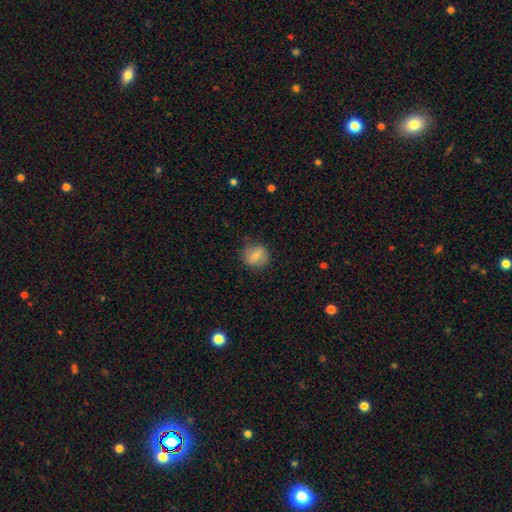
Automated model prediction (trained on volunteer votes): Morphology: type=smooth (76%); roundness=round (78%); merging=none (76%).